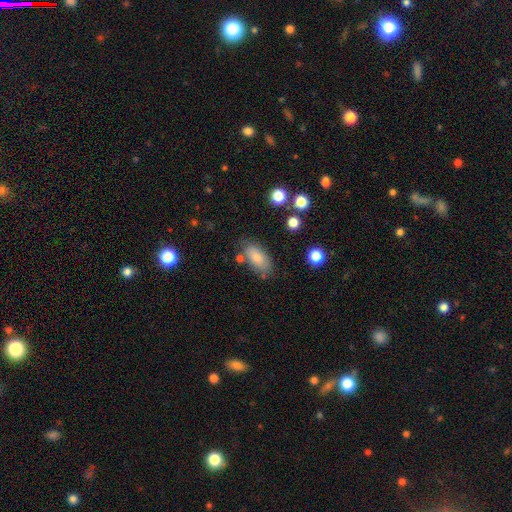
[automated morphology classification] type=smooth (80%); roundness=in between (90%); merging=none (74%).